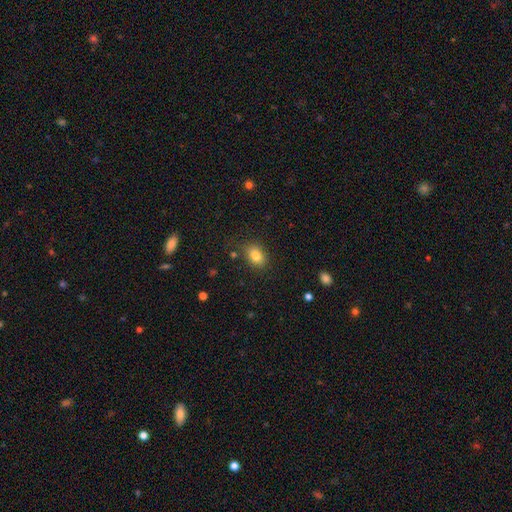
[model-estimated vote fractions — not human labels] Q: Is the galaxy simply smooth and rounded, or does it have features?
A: smooth — 82%.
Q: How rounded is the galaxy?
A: in between — 75%.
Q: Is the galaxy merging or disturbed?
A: none — 79%.